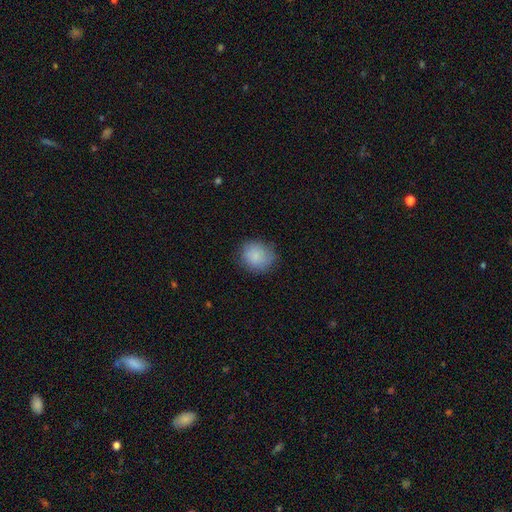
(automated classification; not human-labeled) Smooth or featured? smooth (85%)
How rounded? round (80%)
Merging? none (78%)